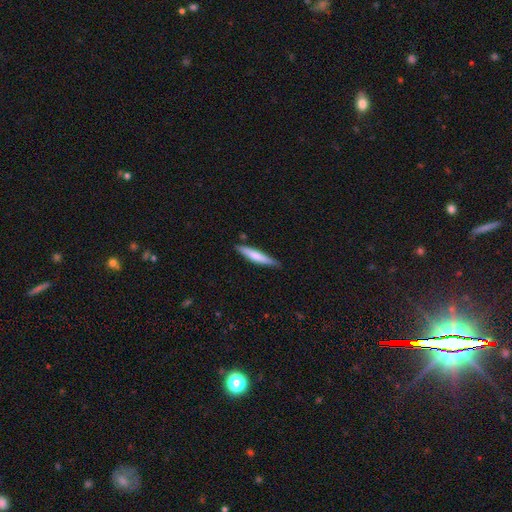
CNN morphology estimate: A smooth galaxy with no disk features (69%) that is cigar-shaped (90%). Merging: none (82%).